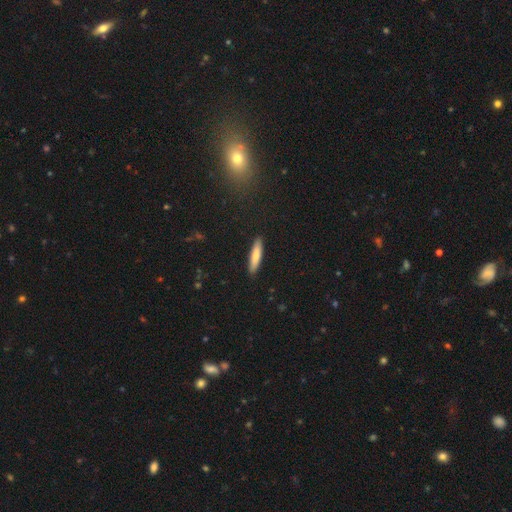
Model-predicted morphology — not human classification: This is likely a smooth galaxy (79%). How rounded: clearly cigar-shaped (84%). Merging: clearly none (91%).